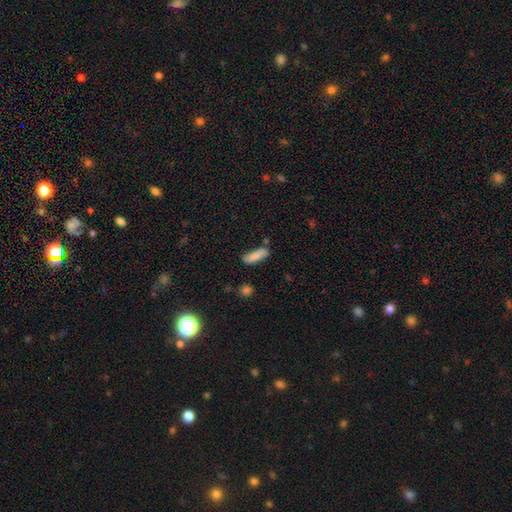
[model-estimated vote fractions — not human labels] Q: Smooth or featured?
A: smooth (83%); runner-up: featured or disk (10%)
Q: How rounded?
A: in between (51%); runner-up: cigar-shaped (47%)
Q: Merging?
A: none (74%); runner-up: minor disturbance (18%)